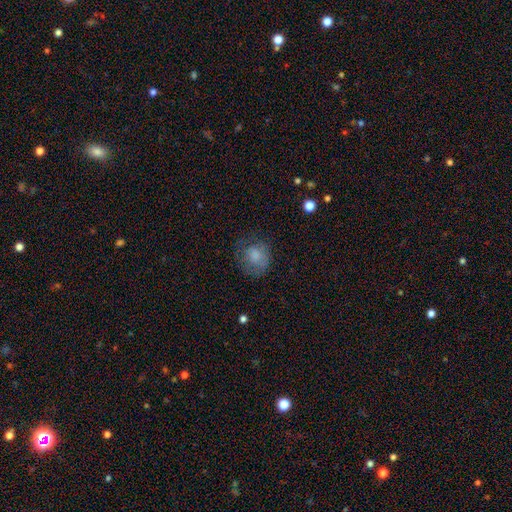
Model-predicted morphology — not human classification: Smooth or featured: smooth — 74% (featured or disk — 17%)
How rounded: round — 78% (in between — 21%)
Merging: none — 57% (minor disturbance — 24%)